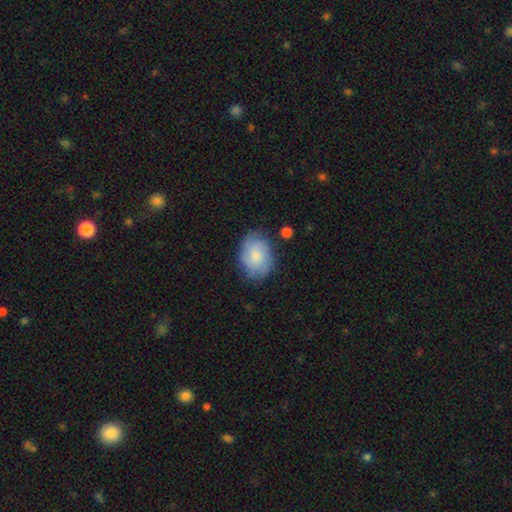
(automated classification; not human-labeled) The model was most divided on "smooth or featured": smooth: 59%, featured or disk: 34%, star or artifact: 7%. More confident: how rounded — in between (75%); merging — none (74%).